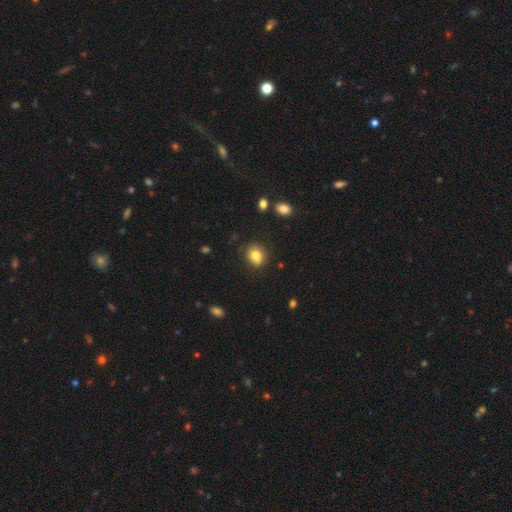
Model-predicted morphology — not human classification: Smooth or featured? smooth (80%)
How rounded? round (59%)
Merging? none (76%)